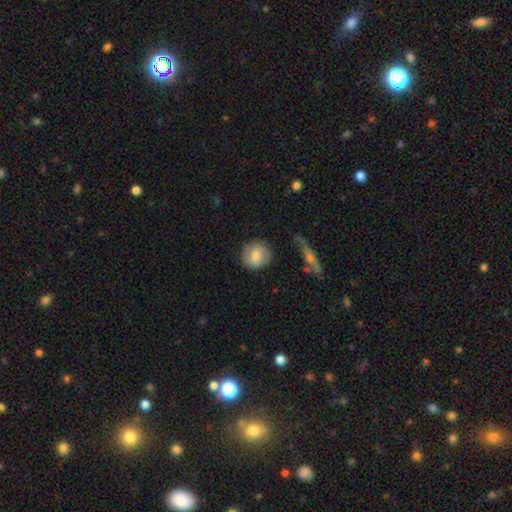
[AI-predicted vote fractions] smooth-or-featured: smooth: 72% | featured or disk: 21% | star or artifact: 7%
  how-rounded: round: 86% | in between: 13% | cigar-shaped: 1%
  merging: none: 82% | minor disturbance: 13% | major disturbance: 3% | merger: 2%